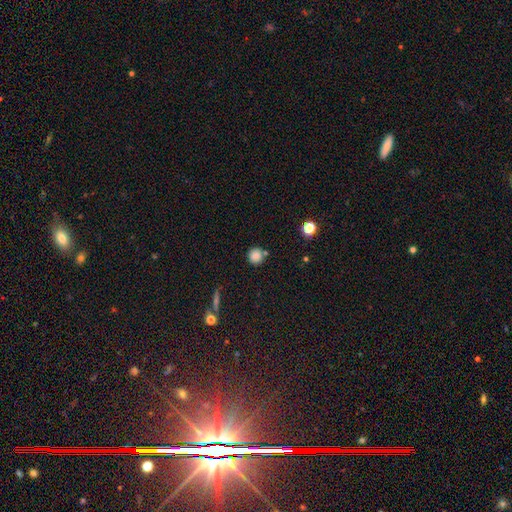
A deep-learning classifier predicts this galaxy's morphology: The model was most divided on "merging": none: 76%, minor disturbance: 11%, merger: 10%, major disturbance: 3%. More confident: how rounded — round (93%); smooth or featured — smooth (84%).